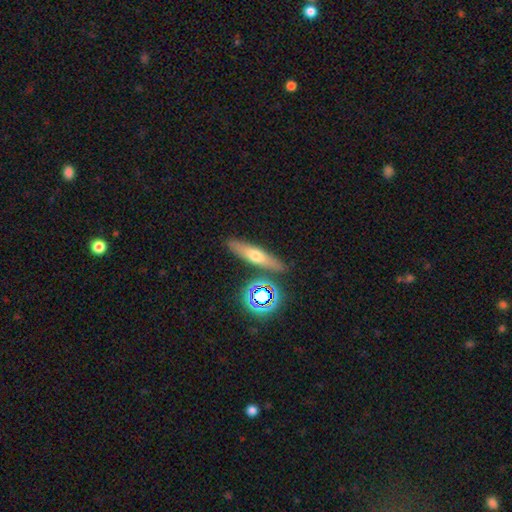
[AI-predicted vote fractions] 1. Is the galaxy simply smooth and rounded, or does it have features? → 49% smooth, 36% featured or disk, 15% star or artifact.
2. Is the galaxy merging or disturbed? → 82% none, 9% minor disturbance, 6% merger, 3% major disturbance.